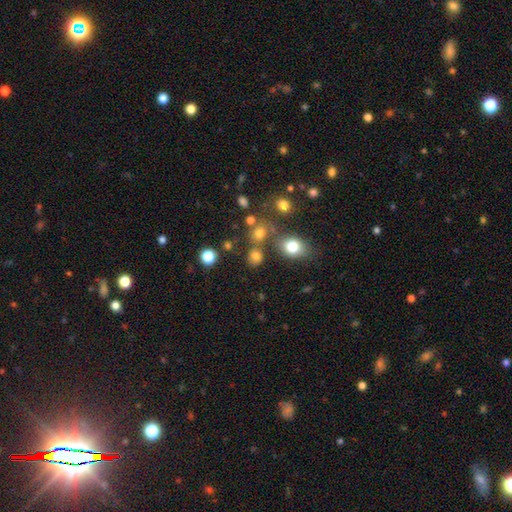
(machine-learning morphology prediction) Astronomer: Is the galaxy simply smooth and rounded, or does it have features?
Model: smooth — 75%.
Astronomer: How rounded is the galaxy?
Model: round — 77%.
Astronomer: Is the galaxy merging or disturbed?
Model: none — 68%.